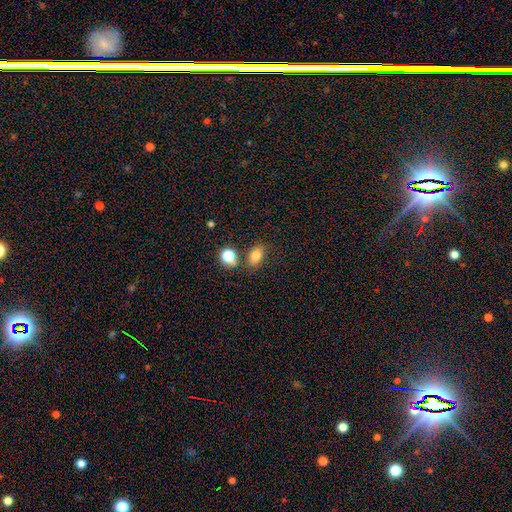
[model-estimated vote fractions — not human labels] The model was most divided on "merging": none: 71%, merger: 14%, minor disturbance: 12%, major disturbance: 4%. More confident: how rounded — in between (81%); smooth or featured — smooth (80%).